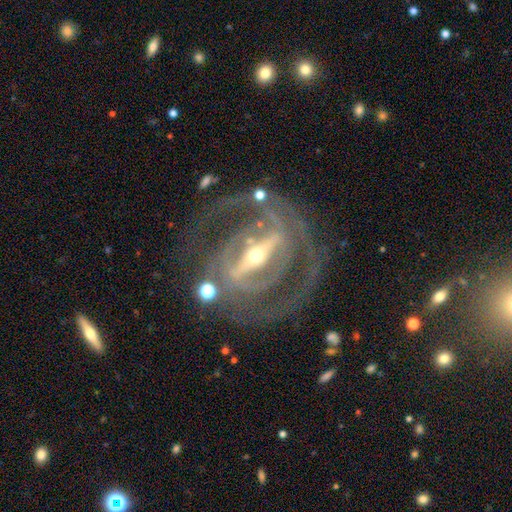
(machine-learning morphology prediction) Smooth or featured? featured or disk (90%)
Edge-on disk? no (89%)
Bar? strong (82%)
Spiral arms? yes (83%)
Spiral winding? tight (55%)
Spiral arm count? 2 (59%)
Bulge size? small (57%)
Merging? none (71%)